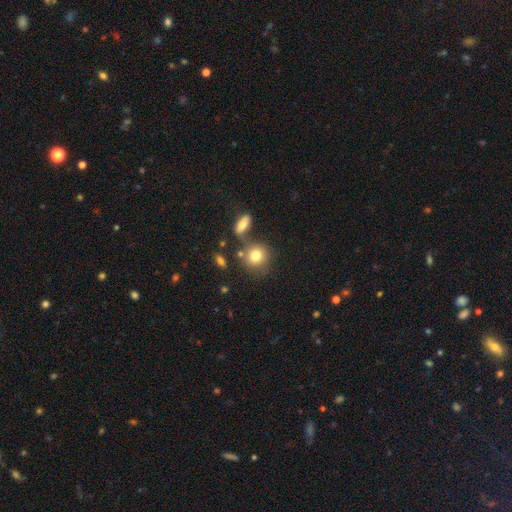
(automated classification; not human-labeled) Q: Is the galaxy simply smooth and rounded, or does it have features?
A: smooth — 79%.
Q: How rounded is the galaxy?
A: round — 81%.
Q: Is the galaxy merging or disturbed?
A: none — 66%.